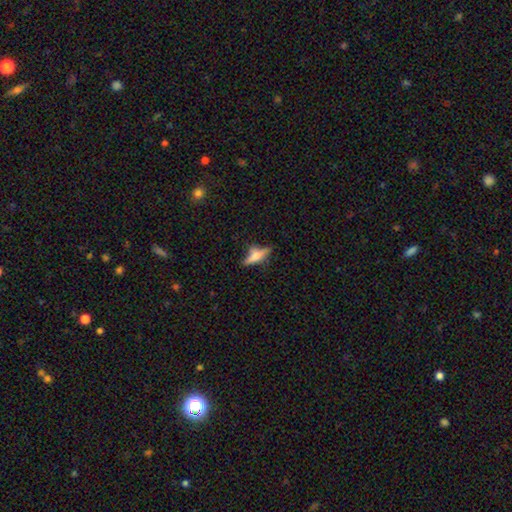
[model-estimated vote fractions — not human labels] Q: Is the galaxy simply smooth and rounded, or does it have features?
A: smooth — 49%.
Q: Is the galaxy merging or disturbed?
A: none — 64%.